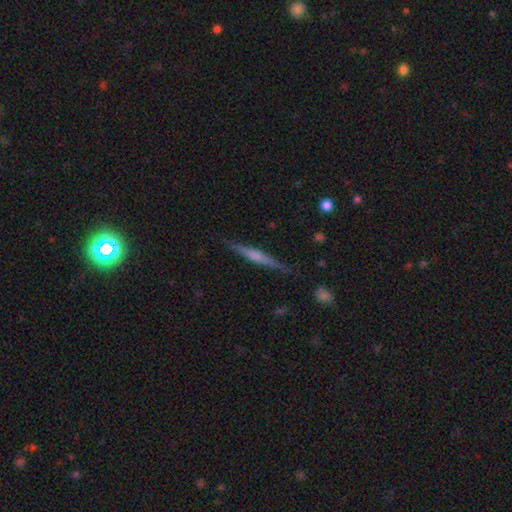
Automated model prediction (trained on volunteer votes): featured or disk 61%, smooth 32%, star or artifact 7%. Down the decision tree: edge-on disk — yes (97%); edge-on bulge — rounded (45%); merging — none (86%).